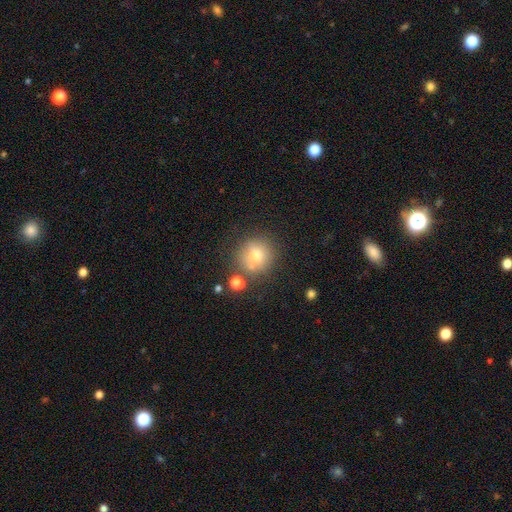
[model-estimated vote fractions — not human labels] Smooth or featured? smooth (73%)
How rounded? round (90%)
Merging? none (72%)